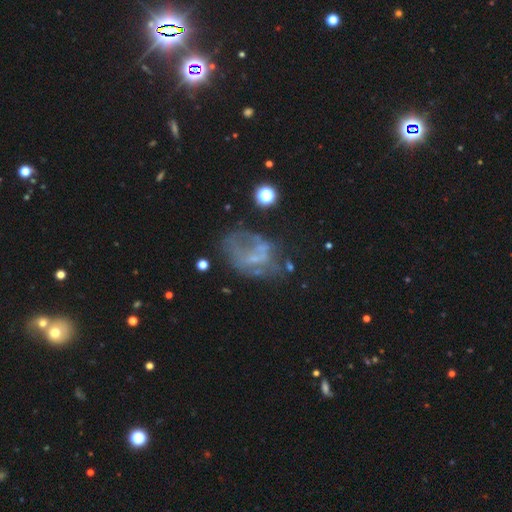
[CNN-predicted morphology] Q: Smooth or featured?
A: featured or disk (55%); runner-up: smooth (26%)
Q: Edge-on disk?
A: no (97%); runner-up: yes (3%)
Q: Bar?
A: no (77%); runner-up: weak (18%)
Q: Spiral arms?
A: no (81%); runner-up: yes (19%)
Q: Bulge size?
A: none (56%); runner-up: small (34%)
Q: Merging?
A: none (36%); runner-up: major disturbance (34%)